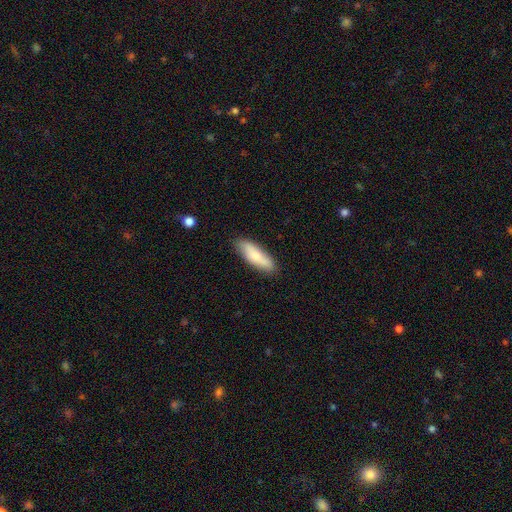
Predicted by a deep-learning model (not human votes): Smooth or featured?
  - smooth: 76% *
  - featured or disk: 18%
  - star or artifact: 6%
How rounded?
  - in between: 52% *
  - cigar-shaped: 46%
  - round: 2%
Merging?
  - none: 82% *
  - minor disturbance: 14%
  - major disturbance: 2%
  - merger: 2%